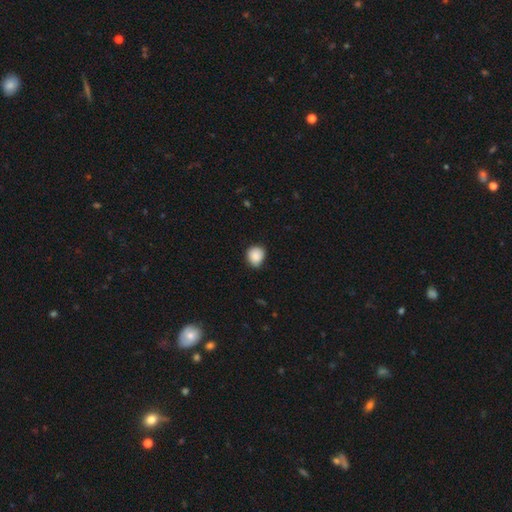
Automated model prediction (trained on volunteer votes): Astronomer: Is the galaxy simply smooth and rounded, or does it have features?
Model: smooth — 88%.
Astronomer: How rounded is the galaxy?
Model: round — 80%.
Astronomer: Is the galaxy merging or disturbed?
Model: none — 76%.